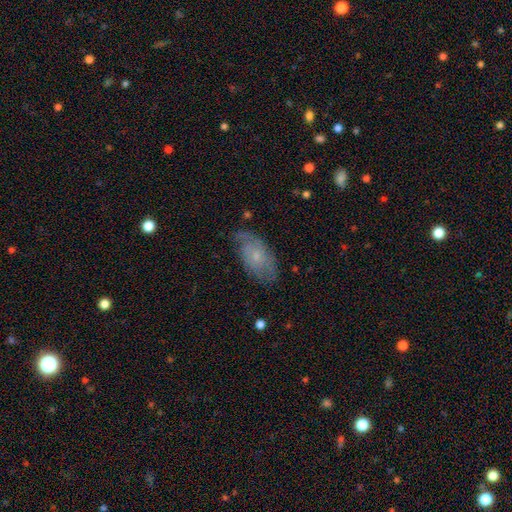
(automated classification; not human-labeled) A featured or disk galaxy (53%).

Vote fractions:
- Smooth or featured? featured or disk: 53% / smooth: 40% / star or artifact: 7%
- Edge-on disk? no: 92% / yes: 8%
- Merging? none: 62% / minor disturbance: 27% / major disturbance: 9% / merger: 1%